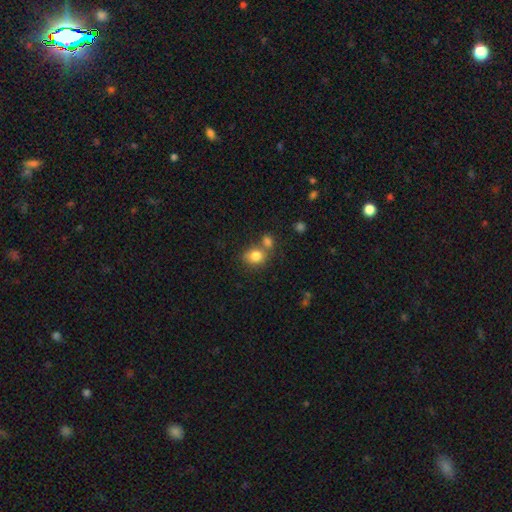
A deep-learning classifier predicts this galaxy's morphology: Overall: smooth (82%). How rounded: round (54%; in between 45%). Merging: none (49%; merger 33%).